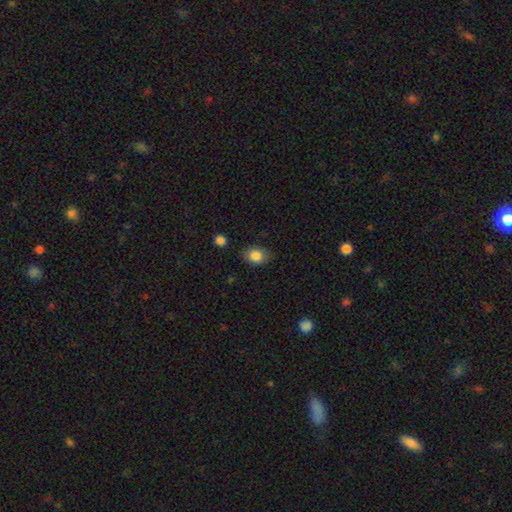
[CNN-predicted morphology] smooth-or-featured: smooth: 85% | star or artifact: 8% | featured or disk: 6%
  how-rounded: in between: 71% | round: 28% | cigar-shaped: 1%
  merging: none: 78% | minor disturbance: 16% | major disturbance: 4% | merger: 2%